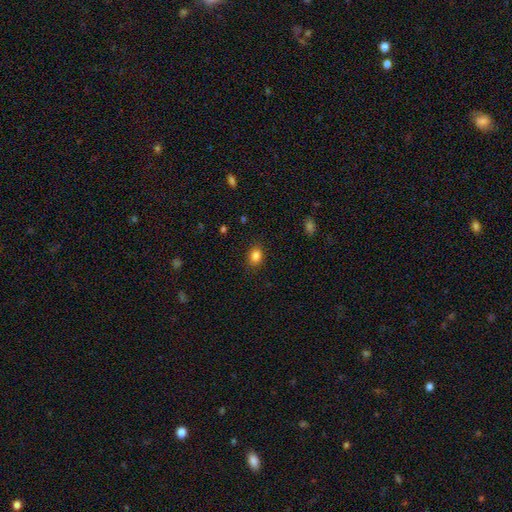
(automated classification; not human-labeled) Morphology: type=smooth (84%); roundness=in between (56%); merging=none (87%).